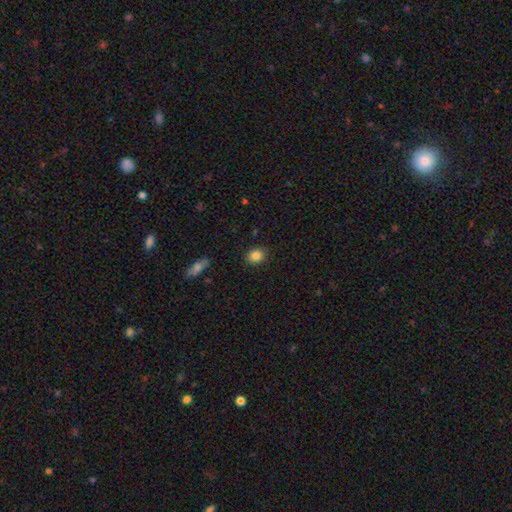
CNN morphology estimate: This appears to be a smooth galaxy with no disk features (85%) that is round (64%). Merging: none (89%).